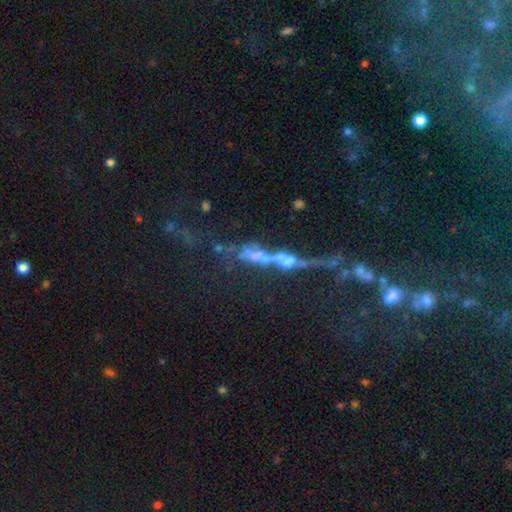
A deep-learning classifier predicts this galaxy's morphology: A featured or disk galaxy (50%).

Vote fractions:
- Smooth or featured? featured or disk: 50% / star or artifact: 25% / smooth: 24%
- Edge-on disk? no: 79% / yes: 21%
- Merging? merger: 53% / major disturbance: 21% / none: 18% / minor disturbance: 9%